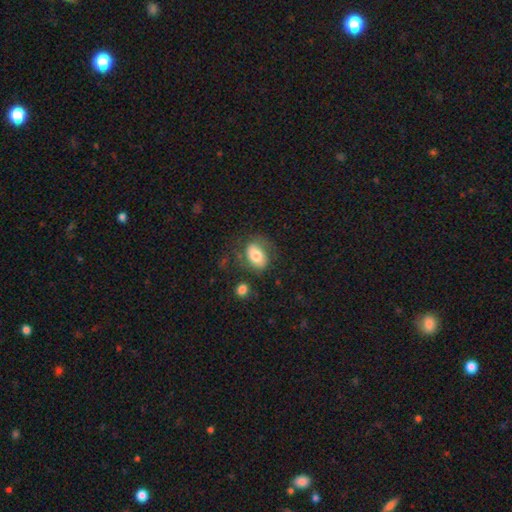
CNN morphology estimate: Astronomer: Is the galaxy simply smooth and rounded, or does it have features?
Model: smooth — 67%.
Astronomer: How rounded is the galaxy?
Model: in between — 85%.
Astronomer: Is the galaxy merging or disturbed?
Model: none — 61%.